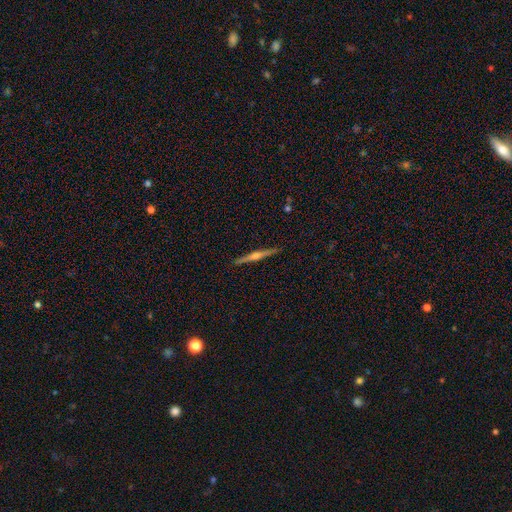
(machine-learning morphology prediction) smooth_or_featured: featured or disk (p=0.81) [alt: smooth p=0.13]
disk_edge_on: yes (p=0.99) [alt: no p=0.01]
edge_on_bulge: rounded (p=0.88) [alt: boxy p=0.06]
merging: none (p=0.92) [alt: minor disturbance p=0.05]